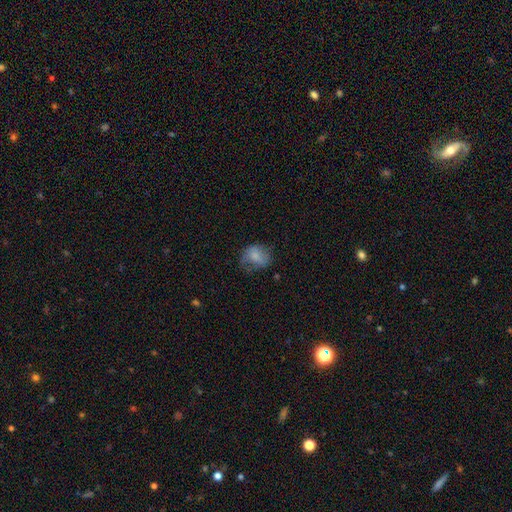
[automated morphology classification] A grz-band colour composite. It shows a smooth galaxy with no disk features (70%) that is in between round and cigar-shaped (52%). Merging: none (44%).